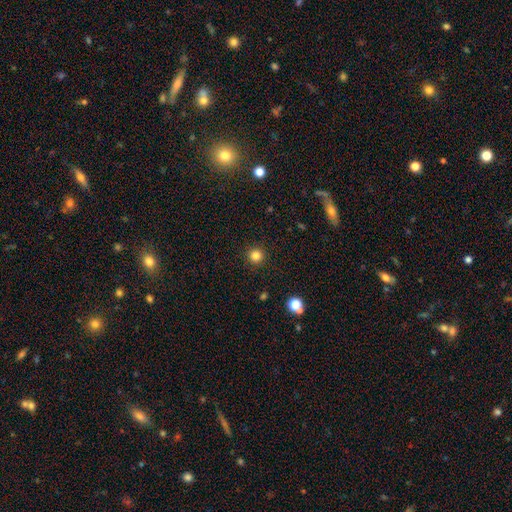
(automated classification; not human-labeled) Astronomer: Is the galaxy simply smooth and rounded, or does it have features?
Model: smooth — 83%.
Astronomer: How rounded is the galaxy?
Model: round — 95%.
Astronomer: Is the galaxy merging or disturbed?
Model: none — 92%.